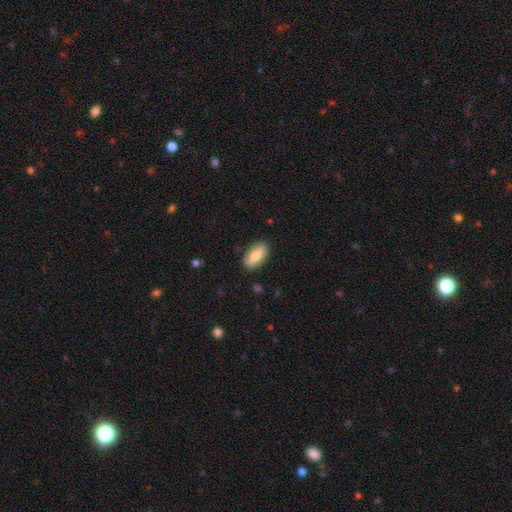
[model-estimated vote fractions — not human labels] This appears to be a smooth galaxy with no disk features (76%) that is in between round and cigar-shaped (87%). Merging: none (86%).